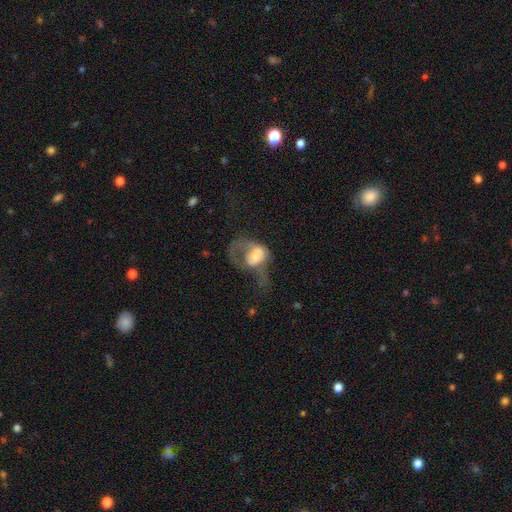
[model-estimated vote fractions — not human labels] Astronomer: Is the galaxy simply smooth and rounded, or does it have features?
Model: smooth — 48% (runner-up: featured or disk, 44%).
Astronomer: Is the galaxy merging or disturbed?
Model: major disturbance — 62%.